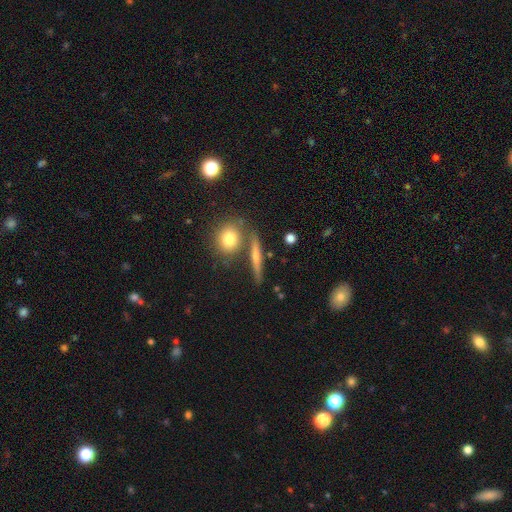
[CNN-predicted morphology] A featured or disk galaxy (54%) viewed edge-on (90%). Merging: none (78%).